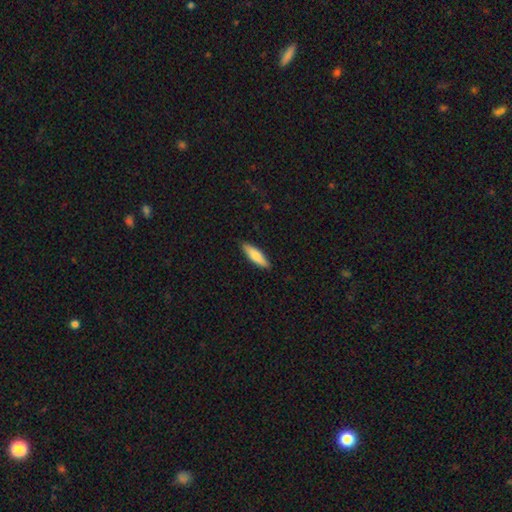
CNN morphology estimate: type=smooth (74%); roundness=cigar-shaped (62%); merging=none (89%).